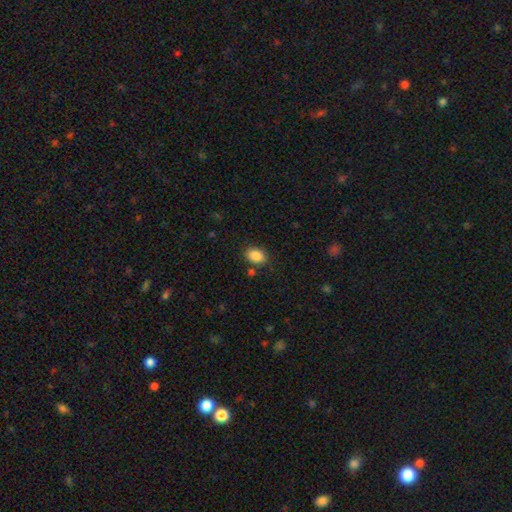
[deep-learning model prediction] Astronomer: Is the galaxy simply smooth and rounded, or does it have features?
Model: smooth — 87%.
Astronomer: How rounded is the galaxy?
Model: in between — 74%.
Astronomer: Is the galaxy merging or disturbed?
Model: none — 83%.